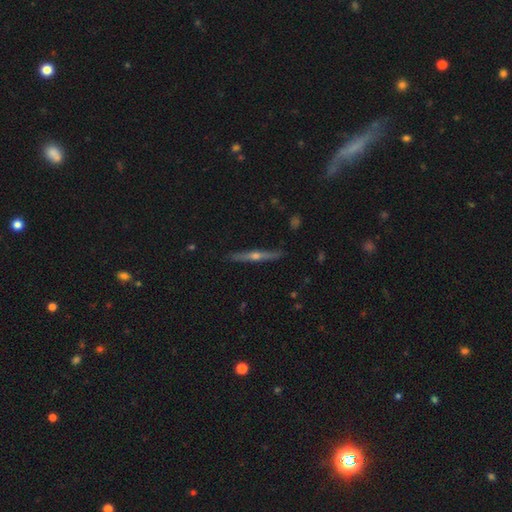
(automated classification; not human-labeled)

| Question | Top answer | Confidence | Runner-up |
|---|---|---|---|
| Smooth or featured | featured or disk | 76% | smooth (18%) |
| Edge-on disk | yes | 98% | no (2%) |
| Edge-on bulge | rounded | 90% | none (7%) |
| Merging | none | 91% | minor disturbance (7%) |